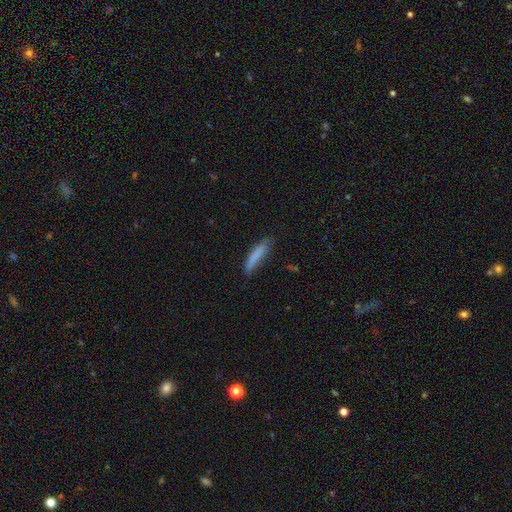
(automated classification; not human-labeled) Smooth or featured? Predicted: smooth (p=0.79). How rounded? Predicted: cigar-shaped (p=0.88). Merging? Predicted: none (p=0.72).